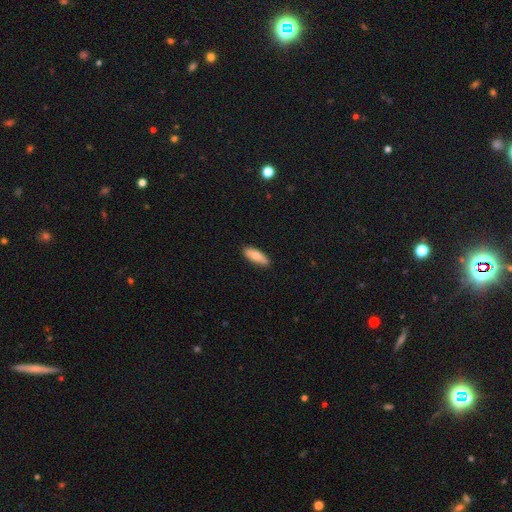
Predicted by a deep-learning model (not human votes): The model was most divided on "how rounded": in between: 66%, cigar-shaped: 32%, round: 2%. More confident: merging — none (89%); smooth or featured — smooth (80%).